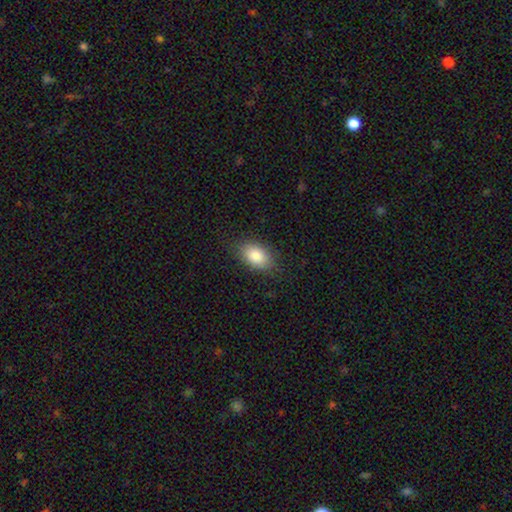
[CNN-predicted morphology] The model was most divided on "merging": none: 83%, minor disturbance: 13%, major disturbance: 4%, merger: 1%. More confident: how rounded — in between (89%); smooth or featured — smooth (85%).